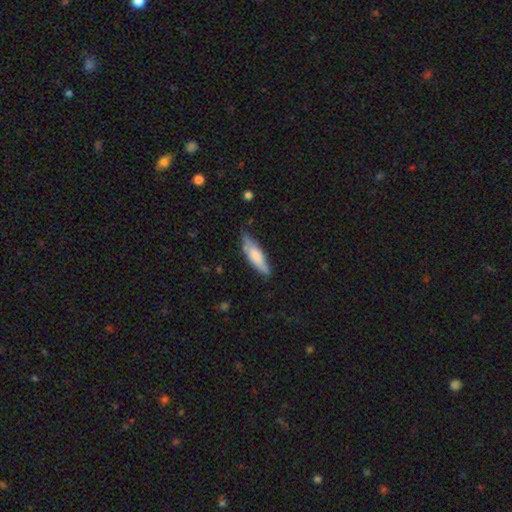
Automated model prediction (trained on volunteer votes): Smooth or featured: smooth — 68% (featured or disk — 27%)
How rounded: cigar-shaped — 61% (in between — 38%)
Merging: none — 73% (minor disturbance — 21%)